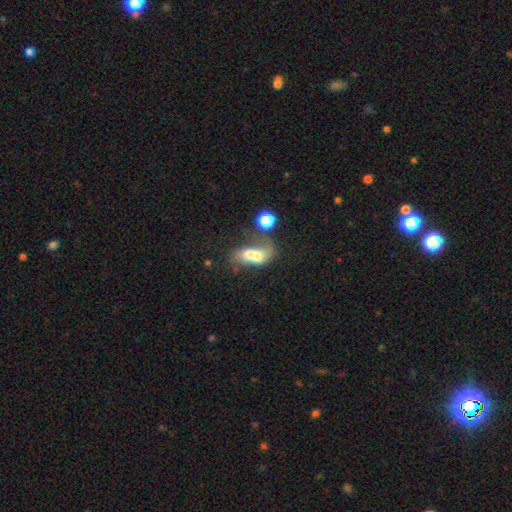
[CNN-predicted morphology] smooth-or-featured: smooth: 56% | featured or disk: 33% | star or artifact: 11%
  how-rounded: in between: 73% | round: 22% | cigar-shaped: 6%
  merging: merger: 67% | none: 13% | major disturbance: 12% | minor disturbance: 8%